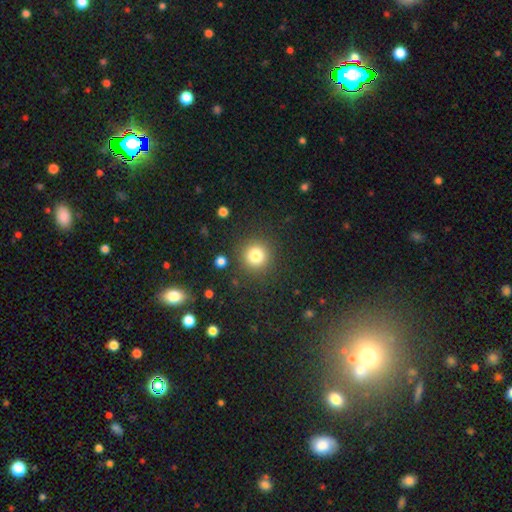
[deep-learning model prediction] A smooth galaxy with no disk features (81%) that is round (94%).

Vote fractions:
- Smooth or featured? smooth: 81% / star or artifact: 13% / featured or disk: 7%
- How rounded? round: 94% / in between: 6% / cigar-shaped: 1%
- Merging? none: 87% / minor disturbance: 7% / major disturbance: 3% / merger: 2%